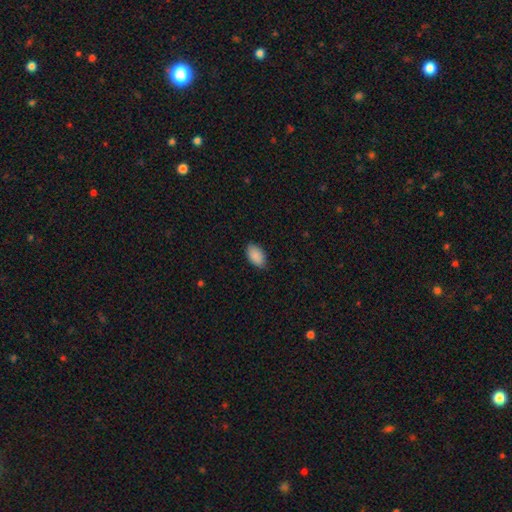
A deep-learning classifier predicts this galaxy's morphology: Smooth or featured: smooth — 90% (star or artifact — 7%)
How rounded: in between — 94% (round — 4%)
Merging: none — 85% (minor disturbance — 11%)